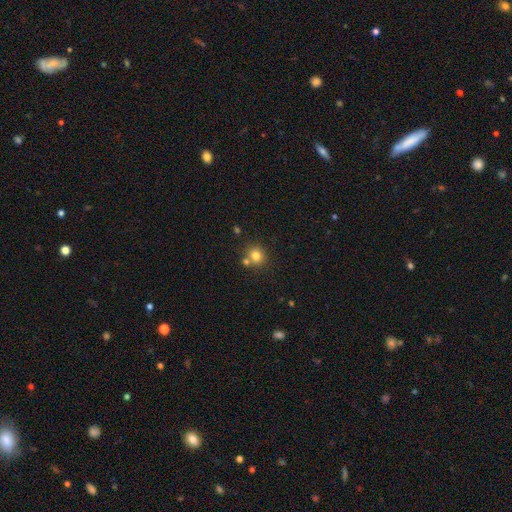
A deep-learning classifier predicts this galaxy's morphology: Q: Smooth or featured?
A: smooth (79%); runner-up: star or artifact (13%)
Q: How rounded?
A: round (84%); runner-up: in between (15%)
Q: Merging?
A: none (65%); runner-up: merger (24%)